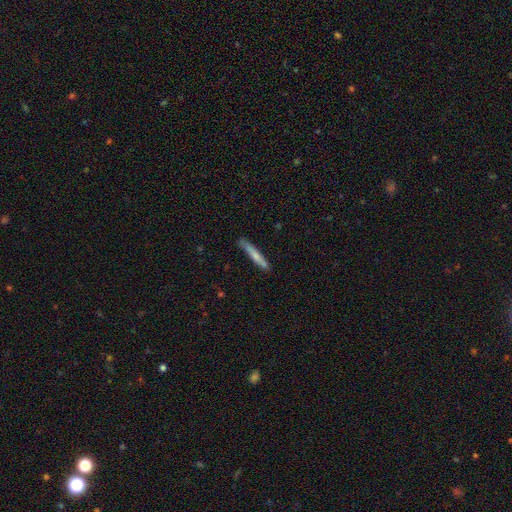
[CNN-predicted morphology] Smooth or featured? smooth (66%)
How rounded? cigar-shaped (95%)
Merging? none (81%)